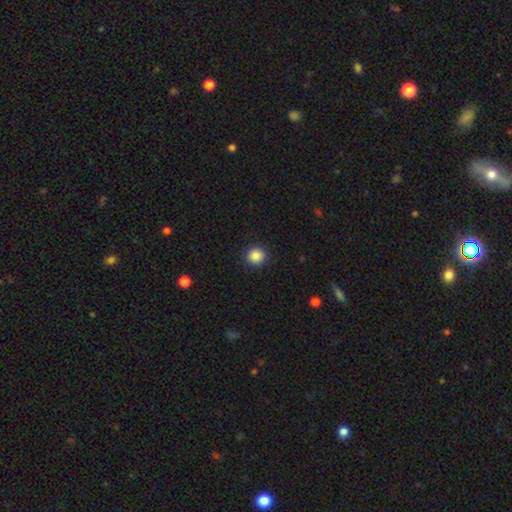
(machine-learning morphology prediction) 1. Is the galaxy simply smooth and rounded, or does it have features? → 87% smooth, 10% star or artifact, 4% featured or disk.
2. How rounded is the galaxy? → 92% round, 7% in between, 1% cigar-shaped.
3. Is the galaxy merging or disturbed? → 91% none, 6% minor disturbance, 2% major disturbance, 1% merger.